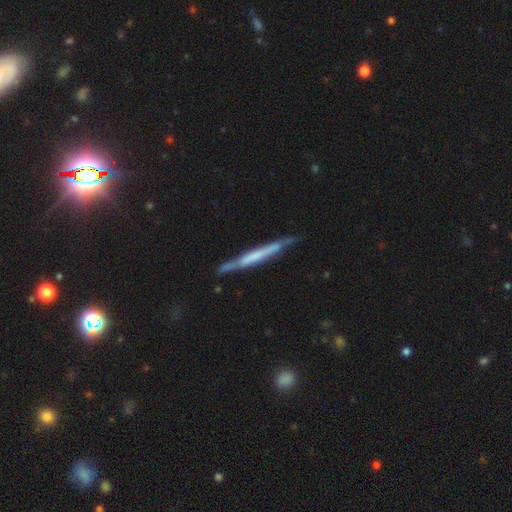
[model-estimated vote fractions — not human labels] The model was most divided on "smooth or featured": featured or disk: 62%, smooth: 32%, star or artifact: 6%. More confident: edge-on disk — yes (93%); merging — none (79%); edge-on bulge — none (66%).